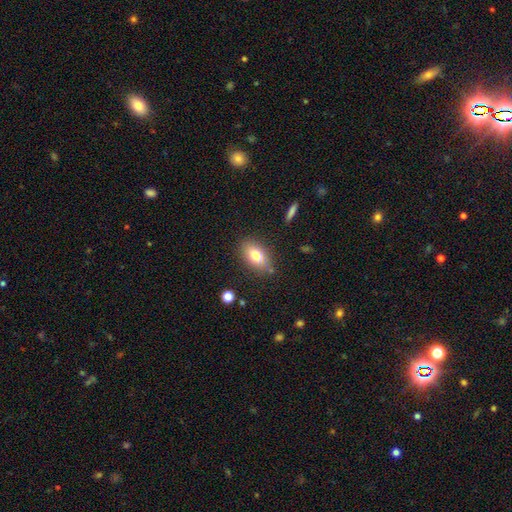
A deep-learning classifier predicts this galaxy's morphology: Overall: smooth (74%). How rounded: in between (86%). Merging: none (77%).